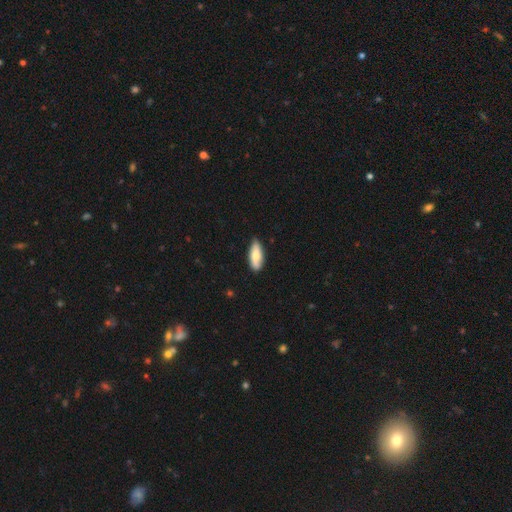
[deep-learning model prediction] Overall: smooth (76%). How rounded: in between (75%). Merging: none (79%).